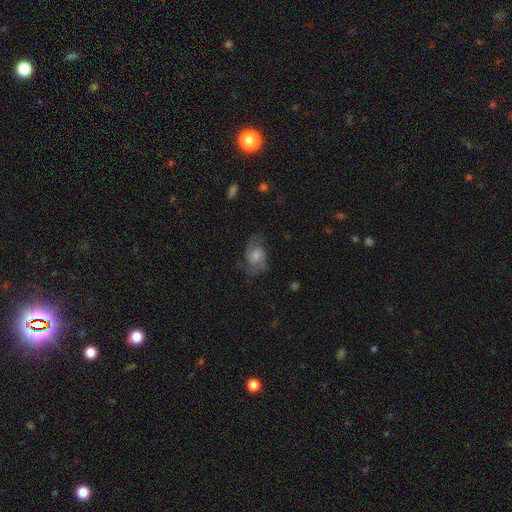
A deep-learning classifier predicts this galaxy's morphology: A featured or disk galaxy (65%) with no bar (62%), 2 (72%) medium (50%) spiral arms (89%) and a moderate central bulge (45%).

Vote fractions:
- Smooth or featured? featured or disk: 65% / smooth: 23% / star or artifact: 11%
- Edge-on disk? no: 96% / yes: 4%
- Bar? no: 62% / weak: 32% / strong: 5%
- Spiral arms? yes: 89% / no: 11%
- Spiral winding? medium: 50% / tight: 27% / loose: 23%
- Spiral arm count? 2: 72% / can't tell: 15% / 3: 5% / 1: 4% / 4: 2% / more than 4: 2%
- Bulge size? moderate: 45% / small: 37% / large: 9% / none: 7% / dominant: 2%
- Merging? none: 67% / minor disturbance: 20% / major disturbance: 12% / merger: 1%